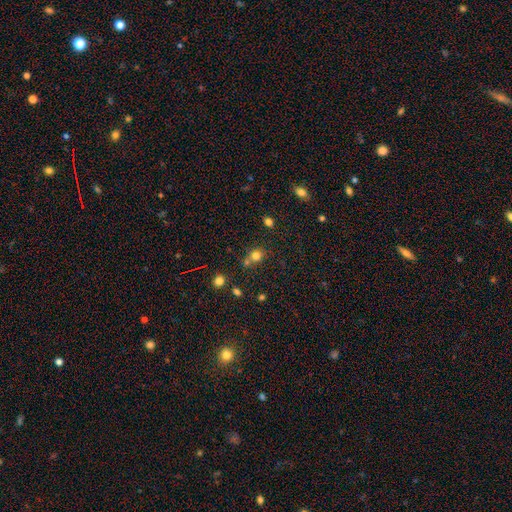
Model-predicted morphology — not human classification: Q: Smooth or featured?
A: smooth (75%); runner-up: star or artifact (17%)
Q: How rounded?
A: round (81%); runner-up: in between (18%)
Q: Merging?
A: none (57%); runner-up: merger (29%)